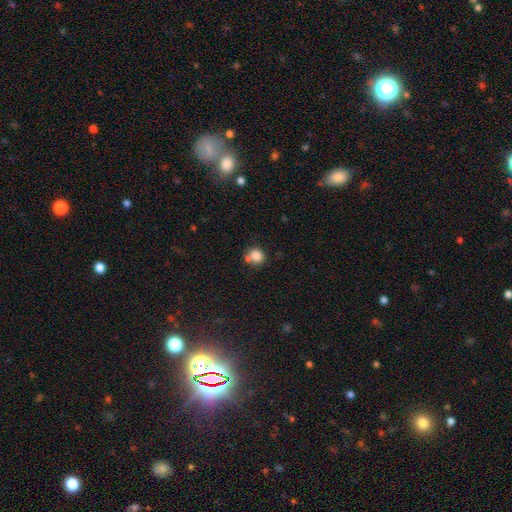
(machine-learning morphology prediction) smooth-or-featured: smooth: 82% | star or artifact: 11% | featured or disk: 8%
  how-rounded: round: 82% | in between: 18% | cigar-shaped: 1%
  merging: none: 56% | merger: 27% | minor disturbance: 13% | major disturbance: 4%